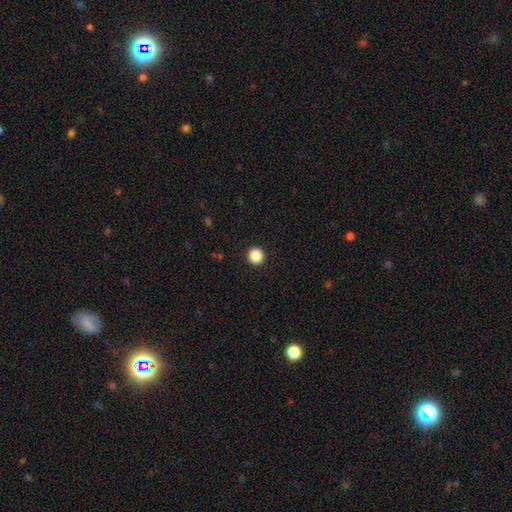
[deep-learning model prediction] This appears to be a smooth galaxy with no disk features (87%) that is round (94%). Merging: none (93%).